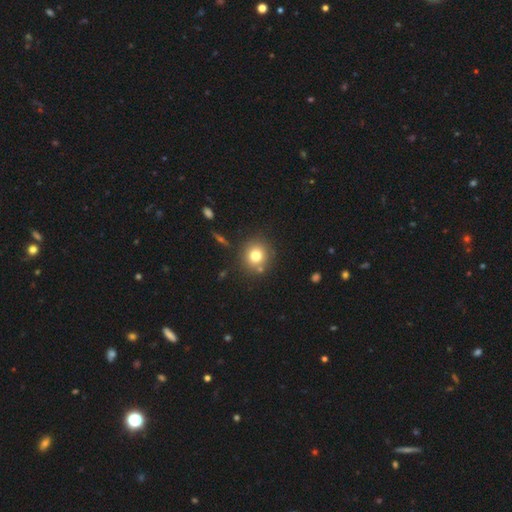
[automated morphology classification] This appears to be a smooth galaxy with no disk features (77%) that is round (90%). Merging: none (82%).